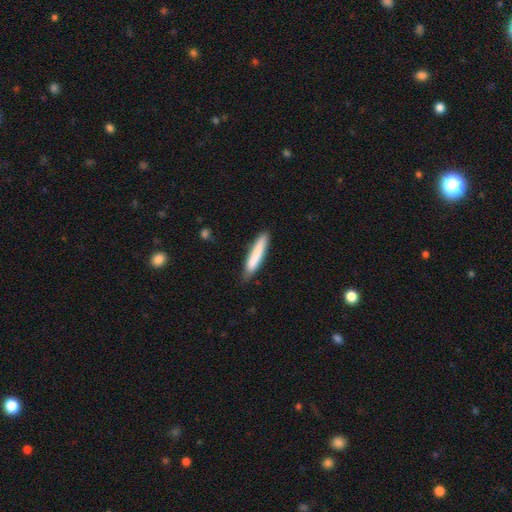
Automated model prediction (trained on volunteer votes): This is clearly a smooth galaxy (81%). How rounded: clearly cigar-shaped (91%). Merging: clearly none (81%).